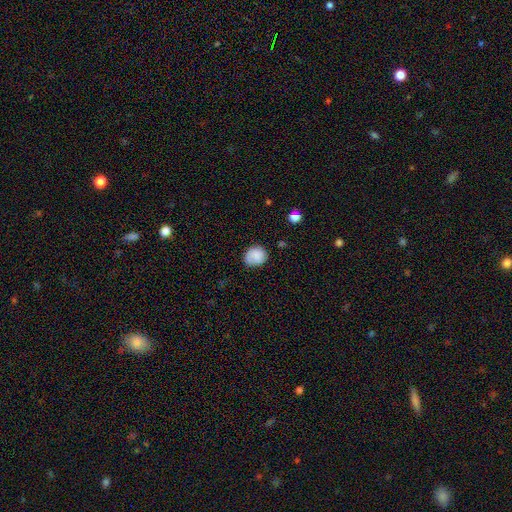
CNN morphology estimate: Q: Smooth or featured?
A: smooth (78%); runner-up: featured or disk (14%)
Q: How rounded?
A: round (75%); runner-up: in between (25%)
Q: Merging?
A: none (71%); runner-up: minor disturbance (21%)